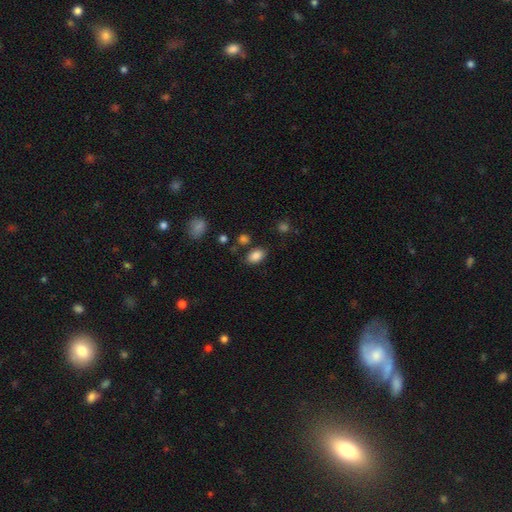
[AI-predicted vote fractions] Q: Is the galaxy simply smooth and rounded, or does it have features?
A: smooth — 86%.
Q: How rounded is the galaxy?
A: in between — 87%.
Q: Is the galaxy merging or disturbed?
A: none — 78%.